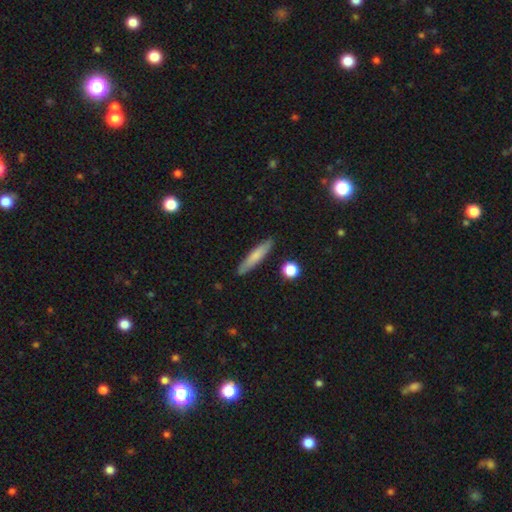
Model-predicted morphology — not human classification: type=smooth (72%); roundness=cigar-shaped (89%); merging=none (88%).